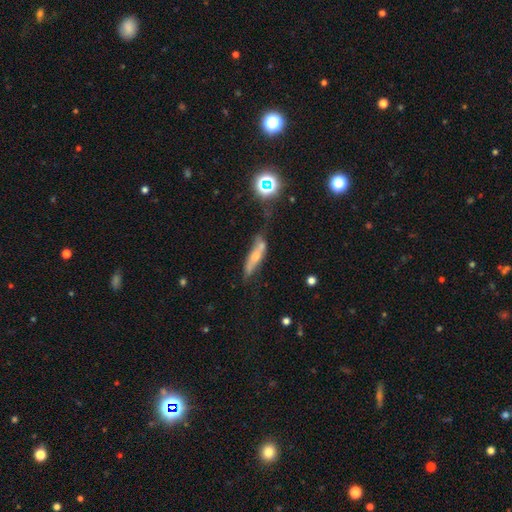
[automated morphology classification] Smooth or featured? featured or disk (46%)
Merging? none (40%)